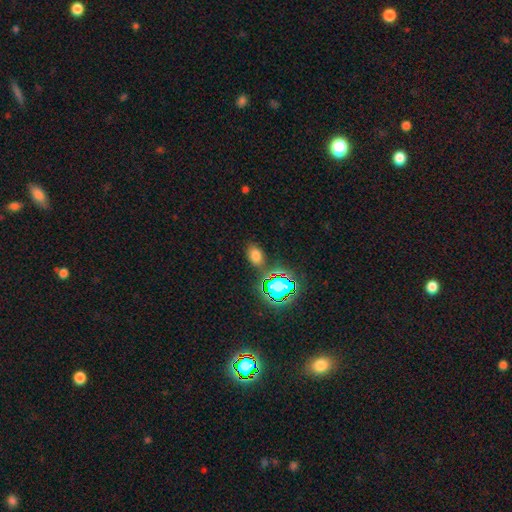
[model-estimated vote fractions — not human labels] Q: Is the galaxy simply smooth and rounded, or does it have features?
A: smooth — 66%.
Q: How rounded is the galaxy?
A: in between — 82%.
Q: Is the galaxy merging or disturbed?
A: none — 79%.